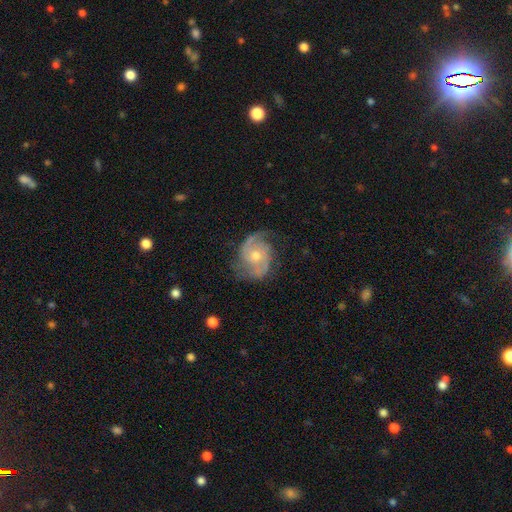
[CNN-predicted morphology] This appears to be a featured or disk galaxy (87%) with no bar (70%), 2 (80%) medium (50%) spiral arms (97%) and a moderate central bulge (54%). Merging: none (72%).